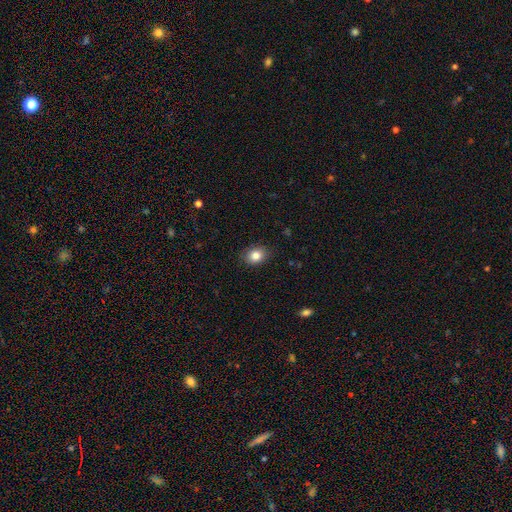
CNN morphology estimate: smooth_or_featured: smooth (p=0.84) [alt: star or artifact p=0.09]
how_rounded: in between (p=0.57) [alt: round p=0.42]
merging: none (p=0.87) [alt: minor disturbance p=0.10]